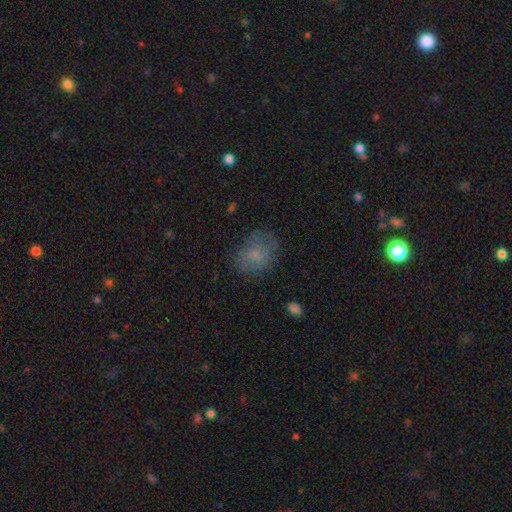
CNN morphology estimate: type=smooth (67%); roundness=in between (55%); merging=none (68%).